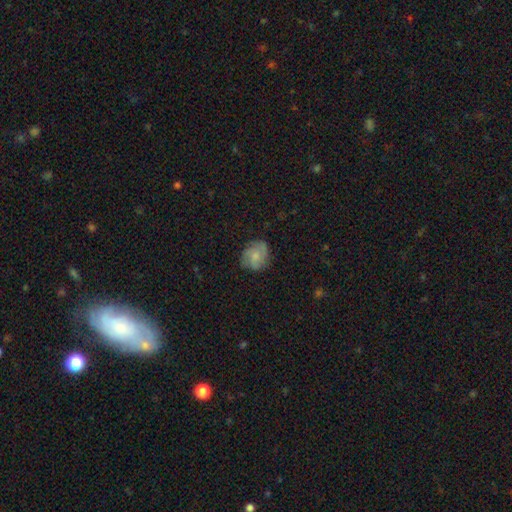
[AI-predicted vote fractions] smooth-or-featured: smooth: 53% | featured or disk: 40% | star or artifact: 8%
  how-rounded: round: 58% | in between: 40% | cigar-shaped: 1%
  merging: none: 71% | minor disturbance: 21% | major disturbance: 7% | merger: 1%